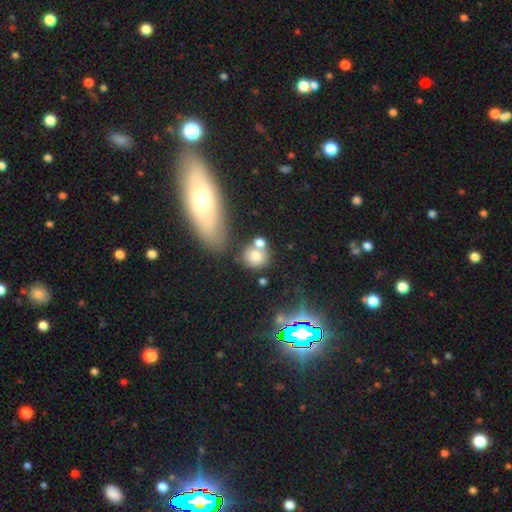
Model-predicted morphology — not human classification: This appears to be a smooth galaxy with no disk features (73%) that is round (80%). Merging: none (51%).